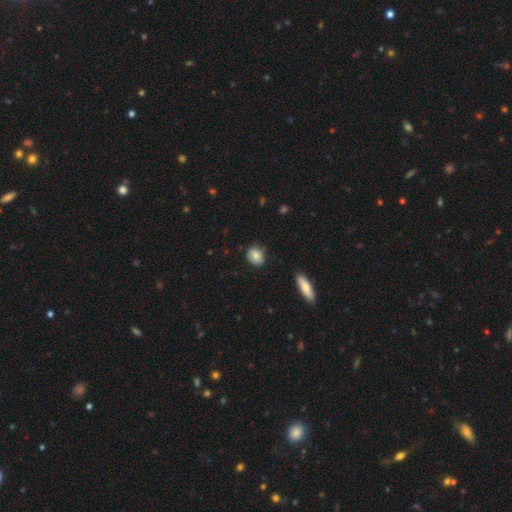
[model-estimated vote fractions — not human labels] This is likely a smooth galaxy (79%). How rounded: possibly round (56%). Merging: likely none (78%).